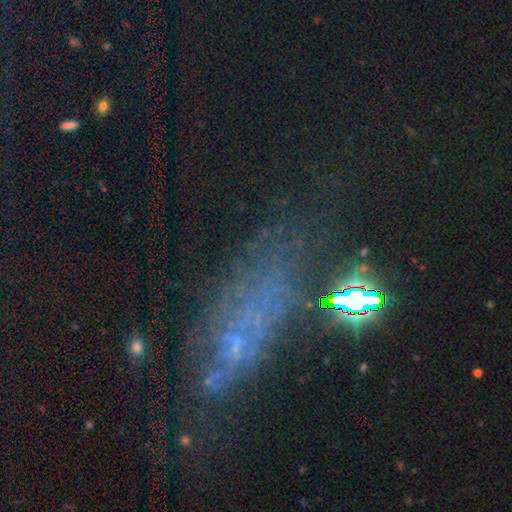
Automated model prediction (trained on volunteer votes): The model was most divided on "smooth or featured": star or artifact: 43%, featured or disk: 30%, smooth: 27%.